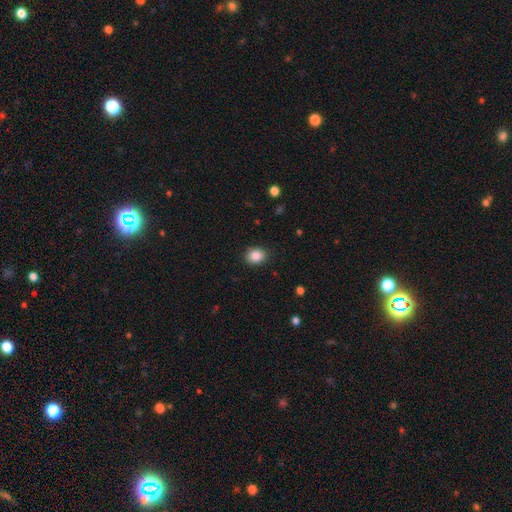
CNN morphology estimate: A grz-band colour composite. It shows a smooth galaxy with no disk features (87%) that is round (55%). Merging: none (89%).